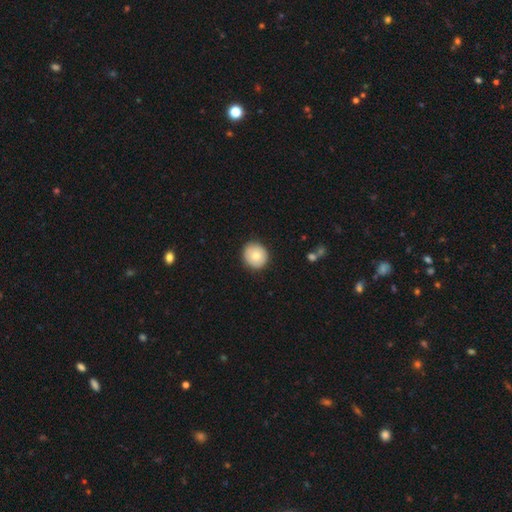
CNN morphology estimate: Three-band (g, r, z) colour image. It shows a smooth galaxy with no disk features (80%) that is round (86%). Merging: none (88%).